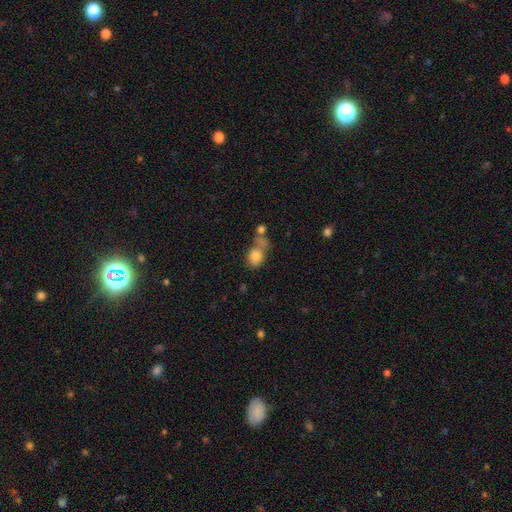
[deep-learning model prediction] smooth 80%, featured or disk 11%, star or artifact 9%. Down the decision tree: how rounded — in between (50%); merging — merger (39%).